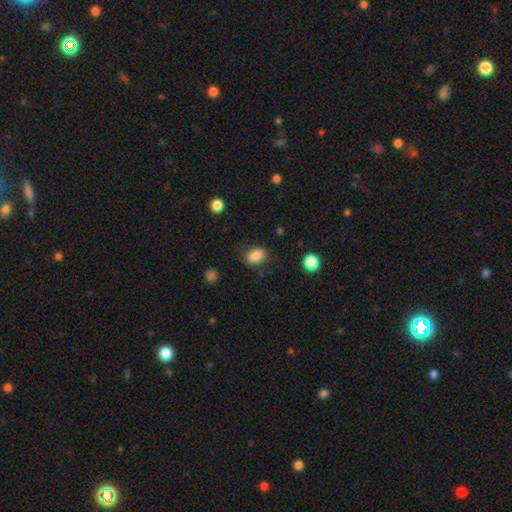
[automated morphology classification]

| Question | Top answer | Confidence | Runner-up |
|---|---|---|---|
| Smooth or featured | smooth | 86% | star or artifact (9%) |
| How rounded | in between | 79% | round (20%) |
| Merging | none | 82% | minor disturbance (12%) |